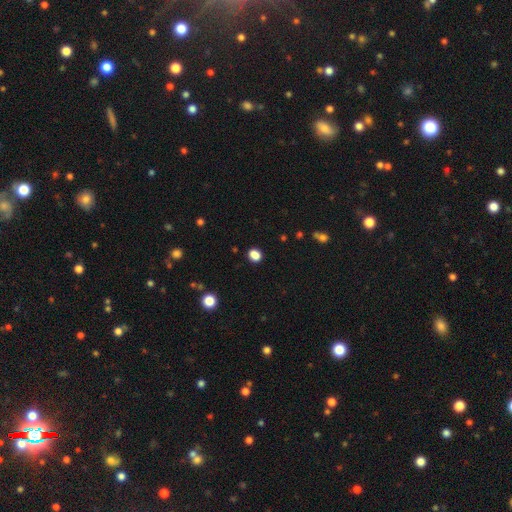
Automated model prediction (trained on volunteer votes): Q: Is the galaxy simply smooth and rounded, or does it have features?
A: smooth — 83%.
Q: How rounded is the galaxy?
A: round — 56%.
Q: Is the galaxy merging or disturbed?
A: none — 88%.